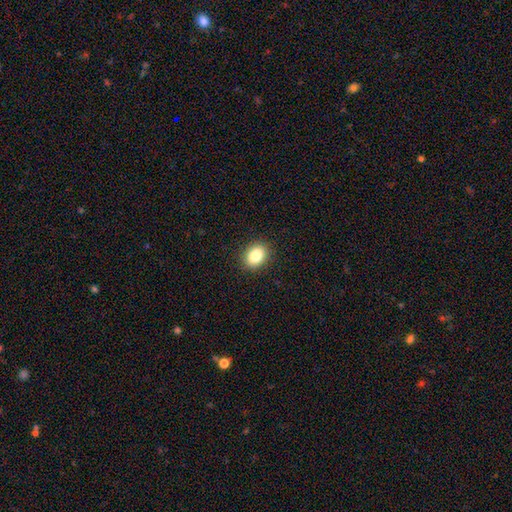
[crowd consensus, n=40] Smooth or featured? smooth (88%)
How rounded? in between (77%)
Merging? none (100%)